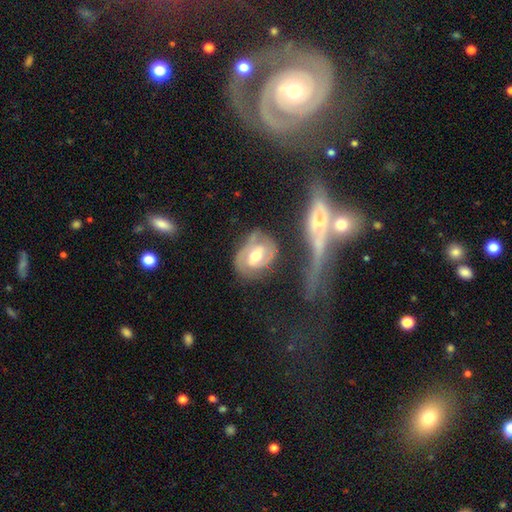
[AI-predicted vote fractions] Smooth or featured?
  - featured or disk: 69% *
  - smooth: 25%
  - star or artifact: 6%
Edge-on disk?
  - no: 95% *
  - yes: 5%
Bar?
  - weak: 41% * (tied)
  - no: 41% * (tied)
  - strong: 18%
Spiral arms?
  - yes: 80% *
  - no: 20%
Spiral winding?
  - tight: 55% *
  - medium: 33%
  - loose: 12%
Spiral arm count?
  - 2: 58% *
  - can't tell: 23%
  - 1: 9%
  - 3: 6%
  - 4: 2%
  - more than 4: 2%
Bulge size?
  - moderate: 72% *
  - small: 13%
  - large: 12%
  - none: 1%
  - dominant: 1%
Merging?
  - none: 55% *
  - minor disturbance: 24%
  - major disturbance: 13%
  - merger: 8%